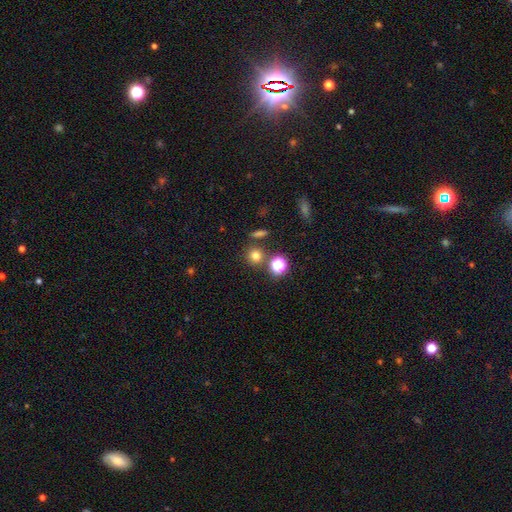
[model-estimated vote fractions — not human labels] smooth-or-featured: smooth: 73% | star or artifact: 19% | featured or disk: 7%
  how-rounded: round: 89% | in between: 10% | cigar-shaped: 1%
  merging: none: 78% | merger: 11% | minor disturbance: 8% | major disturbance: 3%